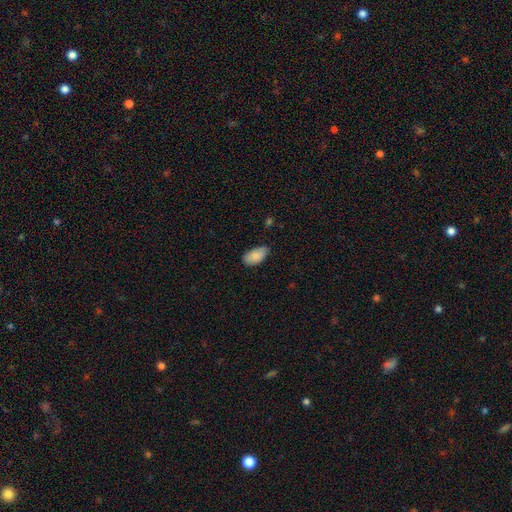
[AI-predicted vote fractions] Overall: smooth (86%). How rounded: in between (94%). Merging: none (74%).